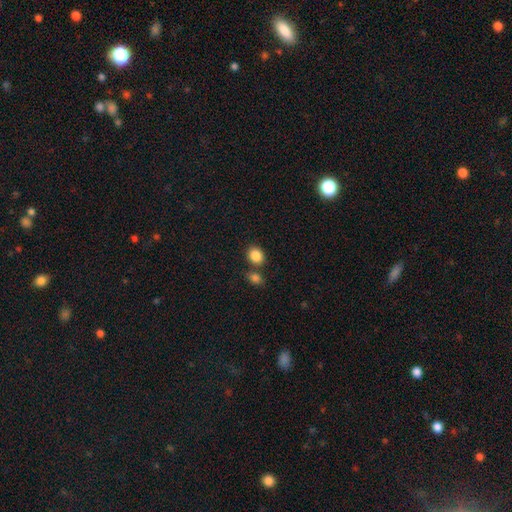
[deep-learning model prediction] Morphology: type=smooth (86%); roundness=round (57%); merging=none (68%).